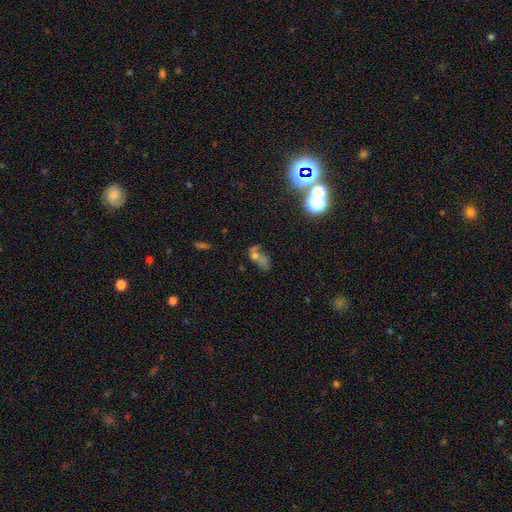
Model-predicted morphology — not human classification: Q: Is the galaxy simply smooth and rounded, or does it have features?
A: smooth — 44%.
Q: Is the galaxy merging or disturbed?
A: merger — 35%.